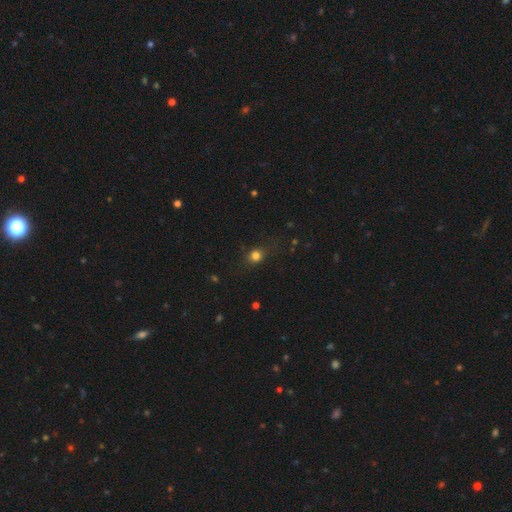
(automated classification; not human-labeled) smooth_or_featured: smooth (p=0.78) [alt: star or artifact p=0.15]
how_rounded: round (p=0.73) [alt: in between p=0.25]
merging: none (p=0.78) [alt: minor disturbance p=0.15]